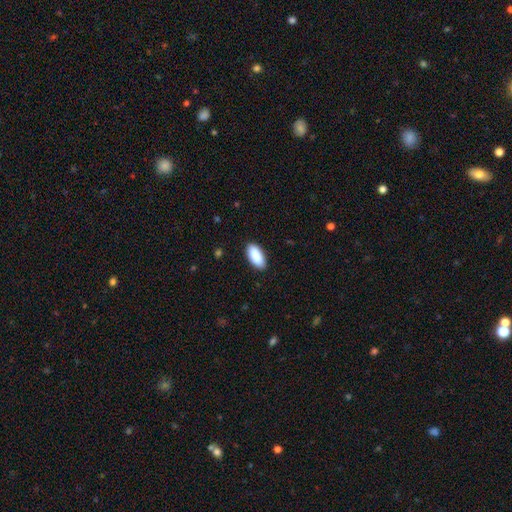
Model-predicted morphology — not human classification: Smooth or featured? Predicted: smooth (p=0.91). How rounded? Predicted: in between (p=0.93). Merging? Predicted: none (p=0.89).